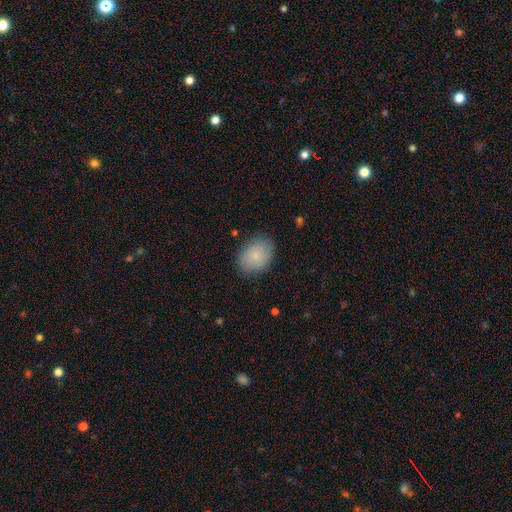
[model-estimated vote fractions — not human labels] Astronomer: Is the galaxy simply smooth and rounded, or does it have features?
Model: smooth — 82%.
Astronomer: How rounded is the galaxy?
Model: in between — 69%.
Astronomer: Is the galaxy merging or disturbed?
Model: none — 82%.